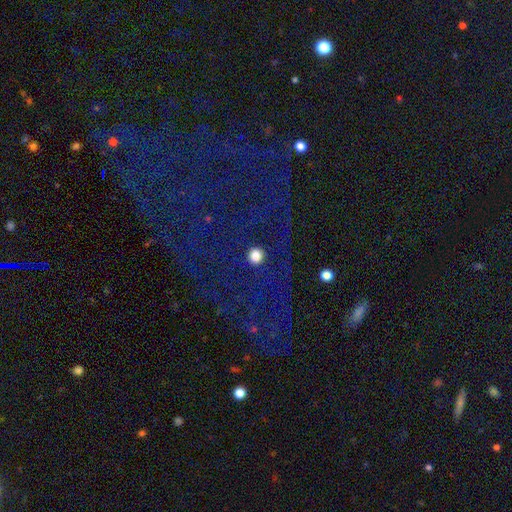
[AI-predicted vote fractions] Q: Smooth or featured?
A: smooth (78%); runner-up: star or artifact (16%)
Q: How rounded?
A: round (93%); runner-up: in between (6%)
Q: Merging?
A: none (89%); runner-up: minor disturbance (6%)